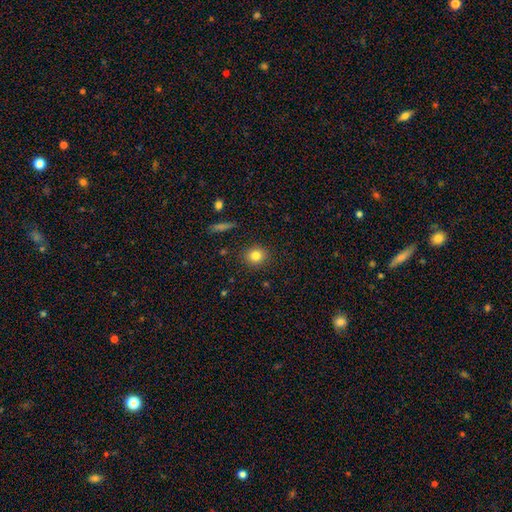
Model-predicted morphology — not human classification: Q: Smooth or featured?
A: smooth (81%); runner-up: star or artifact (11%)
Q: How rounded?
A: round (81%); runner-up: in between (17%)
Q: Merging?
A: none (89%); runner-up: minor disturbance (7%)